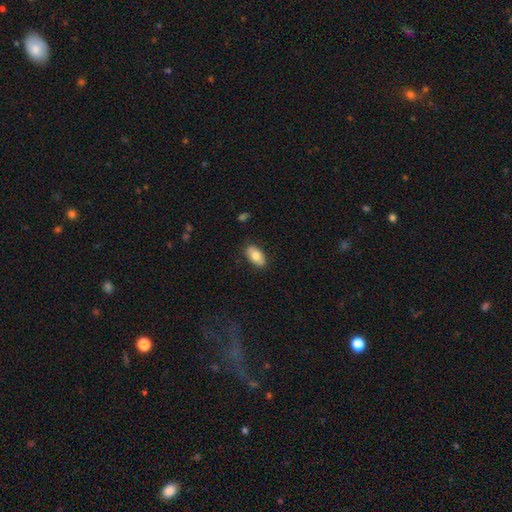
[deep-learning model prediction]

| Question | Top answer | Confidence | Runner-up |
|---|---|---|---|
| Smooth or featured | smooth | 76% | featured or disk (17%) |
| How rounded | in between | 93% | round (4%) |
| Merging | none | 85% | minor disturbance (12%) |